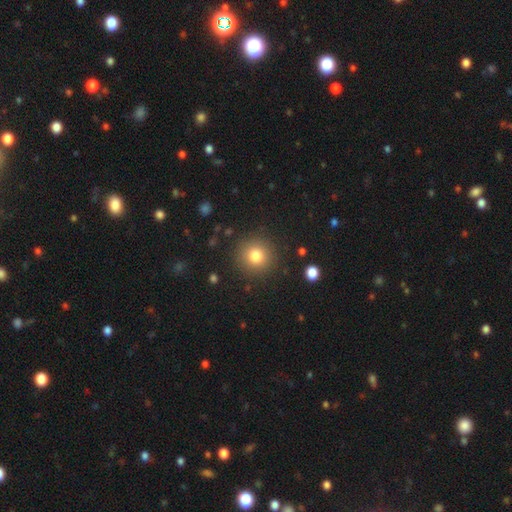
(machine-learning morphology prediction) smooth-or-featured: smooth: 79% | star or artifact: 12% | featured or disk: 9%
  how-rounded: round: 94% | in between: 5% | cigar-shaped: 1%
  merging: none: 89% | minor disturbance: 7% | major disturbance: 3% | merger: 1%